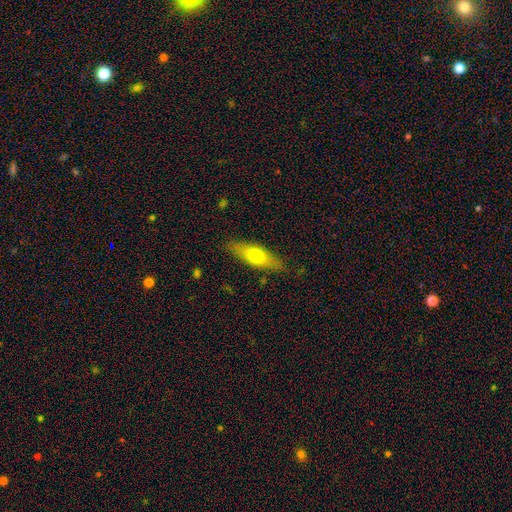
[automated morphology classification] This is likely a smooth galaxy (62%). How rounded: possibly in between (51%). Merging: clearly none (84%).